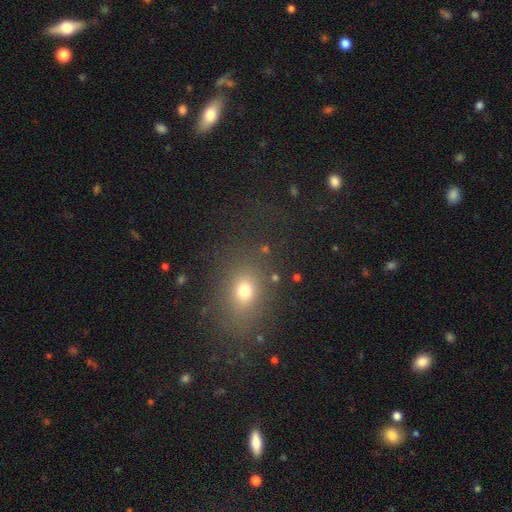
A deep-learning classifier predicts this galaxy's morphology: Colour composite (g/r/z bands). It shows a smooth galaxy with no disk features (59%) that is in between round and cigar-shaped (54%). Merging: none (84%).